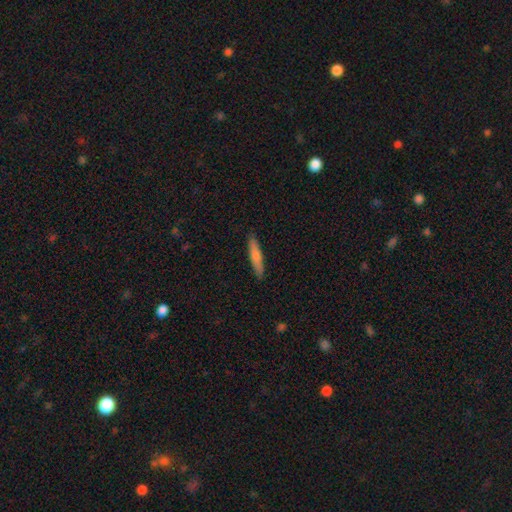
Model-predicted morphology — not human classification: smooth-or-featured: smooth: 68% | featured or disk: 26% | star or artifact: 6%
  how-rounded: cigar-shaped: 88% | in between: 10% | round: 1%
  merging: none: 89% | minor disturbance: 8% | major disturbance: 2% | merger: 1%